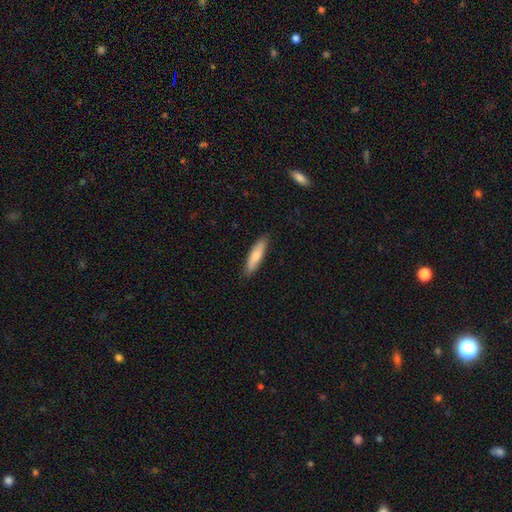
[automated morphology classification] Smooth or featured? Predicted: smooth (p=0.76). How rounded? Predicted: cigar-shaped (p=0.70). Merging? Predicted: none (p=0.88).